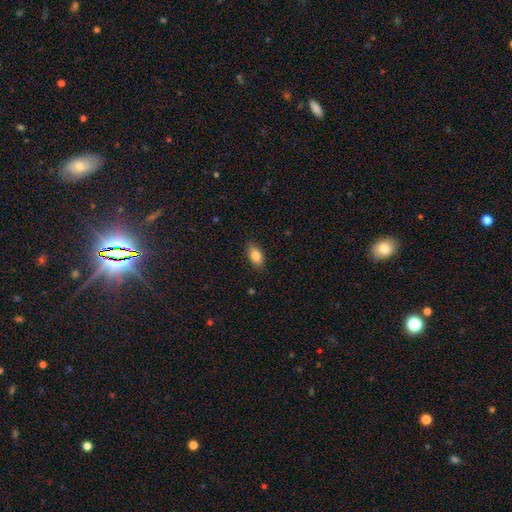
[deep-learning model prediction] Smooth or featured?
  - smooth: 85% *
  - featured or disk: 7%
  - star or artifact: 7%
How rounded?
  - in between: 91% *
  - round: 6%
  - cigar-shaped: 3%
Merging?
  - none: 86% *
  - minor disturbance: 11%
  - major disturbance: 2%
  - merger: 1%